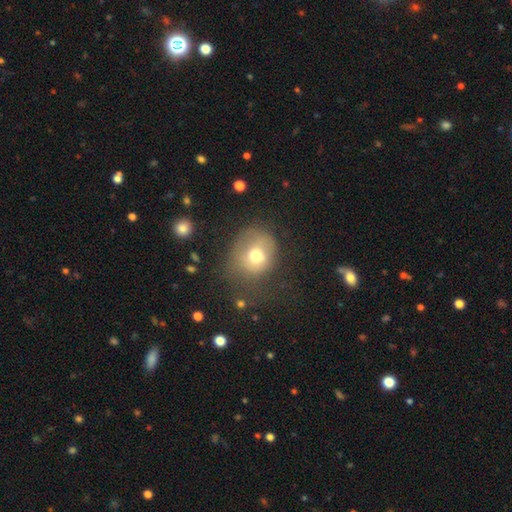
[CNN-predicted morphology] Smooth or featured? smooth (66%)
How rounded? round (65%)
Merging? none (38%)